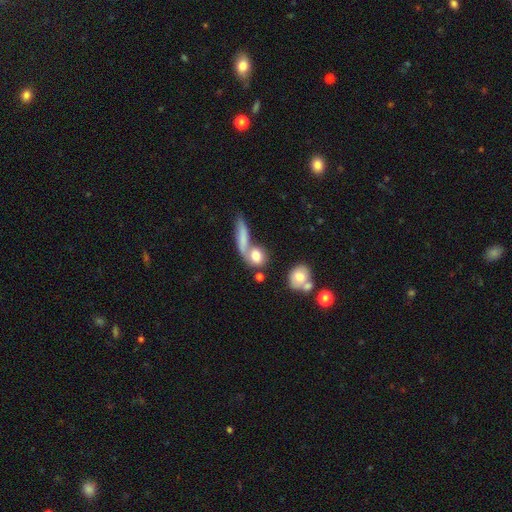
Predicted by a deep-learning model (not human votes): A smooth galaxy with no disk features (75%) that is round (51%).

Vote fractions:
- Smooth or featured? smooth: 75% / featured or disk: 16% / star or artifact: 9%
- How rounded? round: 51% / in between: 36% / cigar-shaped: 13%
- Merging? merger: 42% / none: 37% / minor disturbance: 11% / major disturbance: 9%